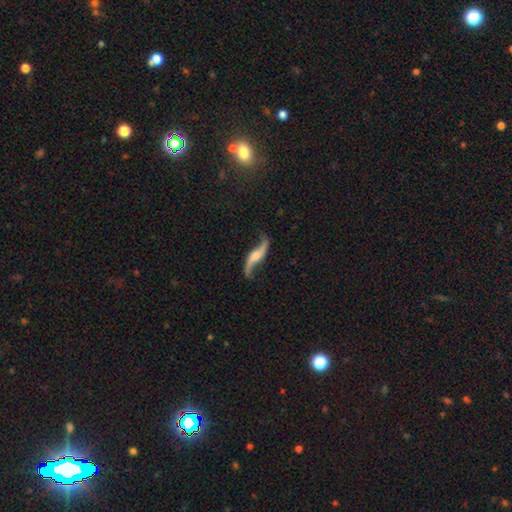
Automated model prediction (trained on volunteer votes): Smooth or featured? Predicted: featured or disk (p=0.84). Edge-on disk? Predicted: no (p=0.84). Bar? Predicted: no (p=0.50). Spiral arms? Predicted: yes (p=0.95). Spiral winding? Predicted: loose (p=0.94). Spiral arm count? Predicted: 2 (p=0.93). Bulge size? Predicted: moderate (p=0.31, tied with small). Merging? Predicted: none (p=0.73).